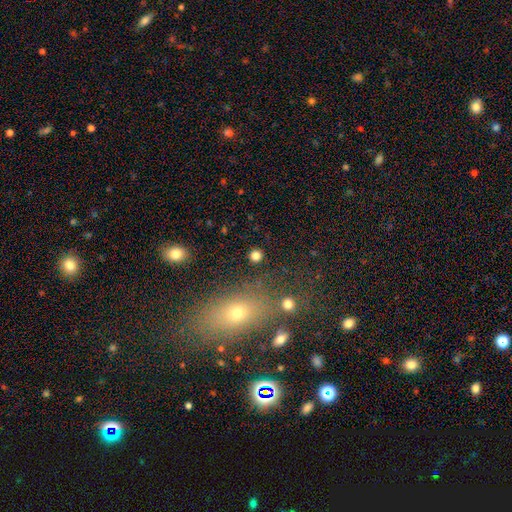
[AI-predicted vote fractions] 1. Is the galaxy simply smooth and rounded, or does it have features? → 80% smooth, 15% star or artifact, 5% featured or disk.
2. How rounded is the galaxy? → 90% round, 9% in between, 1% cigar-shaped.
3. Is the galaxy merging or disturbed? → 89% none, 6% minor disturbance, 3% major disturbance, 3% merger.